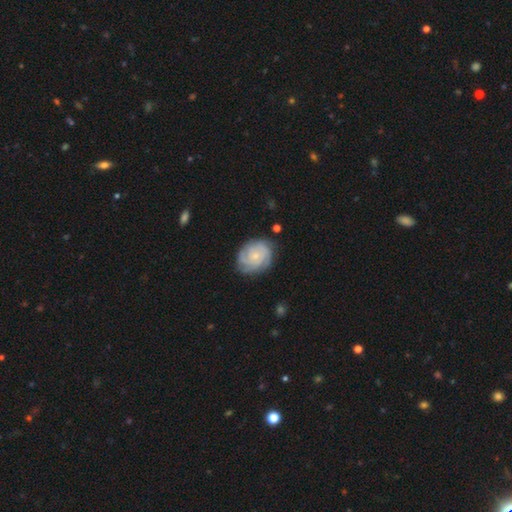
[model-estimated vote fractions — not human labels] smooth_or_featured: featured or disk (p=0.75) [alt: smooth p=0.18]
disk_edge_on: no (p=0.98) [alt: yes p=0.02]
bar: no (p=0.78) [alt: weak p=0.19]
has_spiral_arms: yes (p=0.95) [alt: no p=0.05]
spiral_winding: tight (p=0.72) [alt: medium p=0.23]
spiral_arm_count: 3 (p=0.29) [alt: can't tell p=0.28]
bulge_size: small (p=0.74) [alt: moderate p=0.20]
merging: none (p=0.76) [alt: minor disturbance p=0.17]